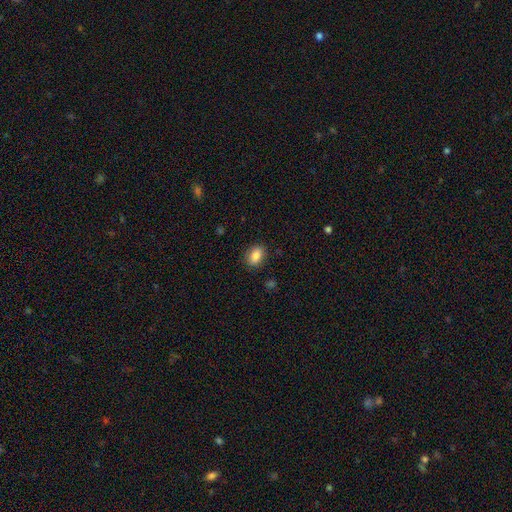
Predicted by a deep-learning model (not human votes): A smooth galaxy with no disk features (87%) that is in between round and cigar-shaped (78%).

Vote fractions:
- Smooth or featured? smooth: 87% / star or artifact: 8% / featured or disk: 5%
- How rounded? in between: 78% / round: 20% / cigar-shaped: 1%
- Merging? none: 86% / minor disturbance: 10% / major disturbance: 3% / merger: 1%